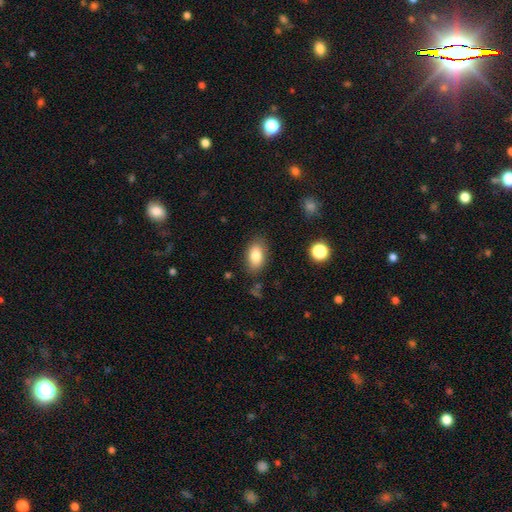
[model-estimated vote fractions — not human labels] The model was most divided on "merging": none: 82%, minor disturbance: 13%, major disturbance: 3%, merger: 2%. More confident: how rounded — in between (90%); smooth or featured — smooth (81%).